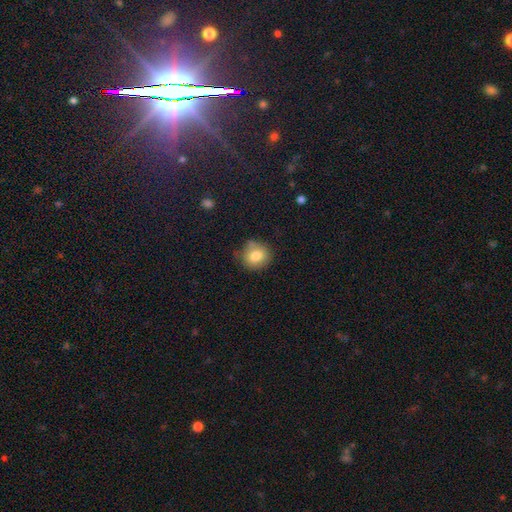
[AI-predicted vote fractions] A smooth galaxy with no disk features (81%) that is round (83%). Merging: none (72%).